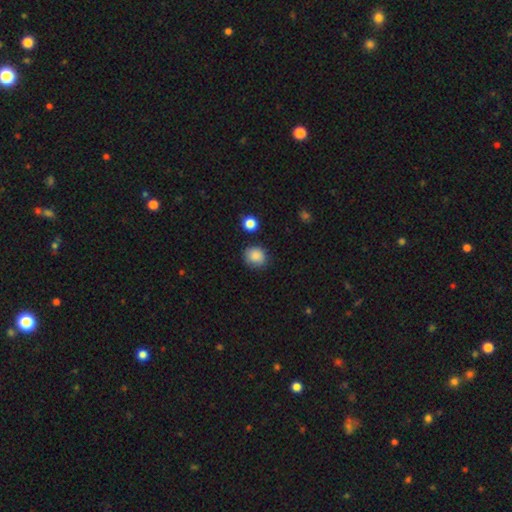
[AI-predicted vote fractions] smooth_or_featured: smooth (p=0.87) [alt: star or artifact p=0.09]
how_rounded: round (p=0.80) [alt: in between p=0.19]
merging: none (p=0.81) [alt: minor disturbance p=0.13]